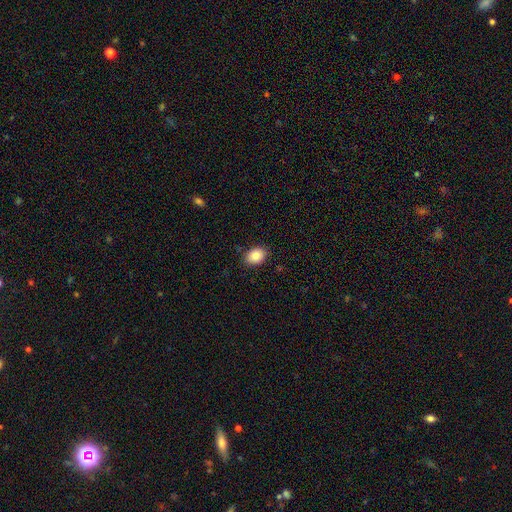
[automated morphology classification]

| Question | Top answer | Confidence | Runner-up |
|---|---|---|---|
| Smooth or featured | smooth | 86% | star or artifact (8%) |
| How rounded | in between | 68% | round (31%) |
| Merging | none | 86% | minor disturbance (10%) |